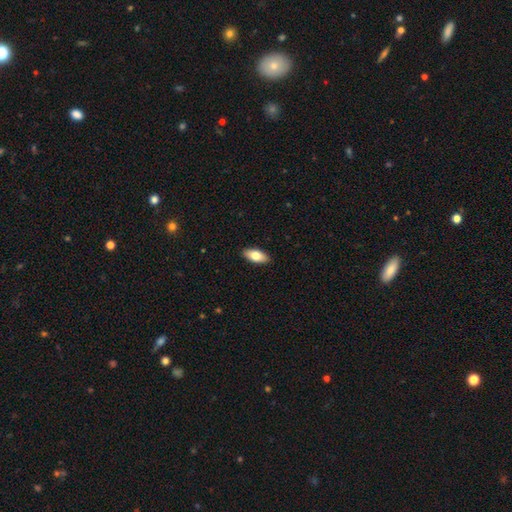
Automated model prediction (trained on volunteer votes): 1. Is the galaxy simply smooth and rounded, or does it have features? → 76% smooth, 18% featured or disk, 6% star or artifact.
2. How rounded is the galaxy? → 87% in between, 11% cigar-shaped, 3% round.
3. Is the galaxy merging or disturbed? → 90% none, 8% minor disturbance, 2% major disturbance, 1% merger.